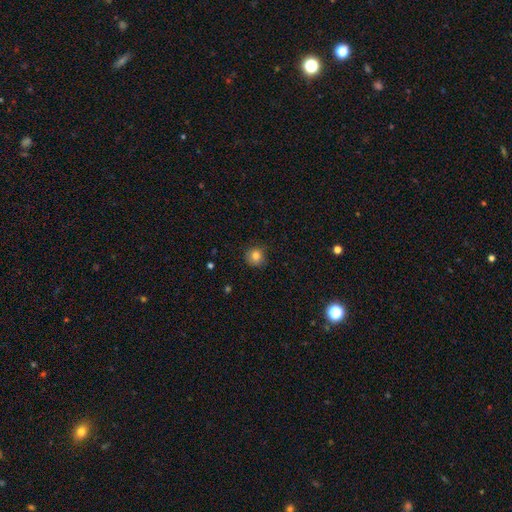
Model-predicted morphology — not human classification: Overall: smooth (82%). How rounded: round (91%). Merging: none (84%).